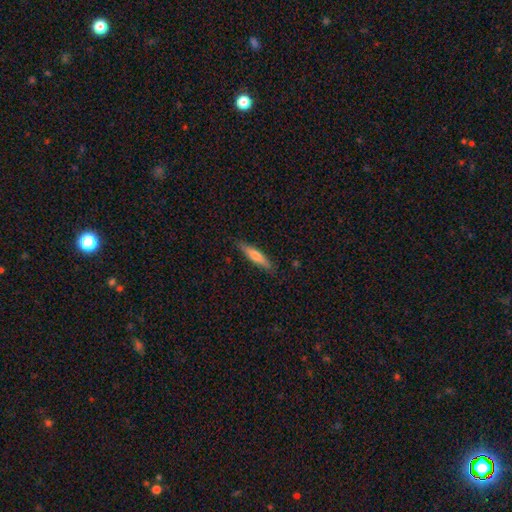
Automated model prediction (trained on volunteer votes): smooth 64%, featured or disk 30%, star or artifact 6%. Down the decision tree: how rounded — cigar-shaped (85%); merging — none (87%).